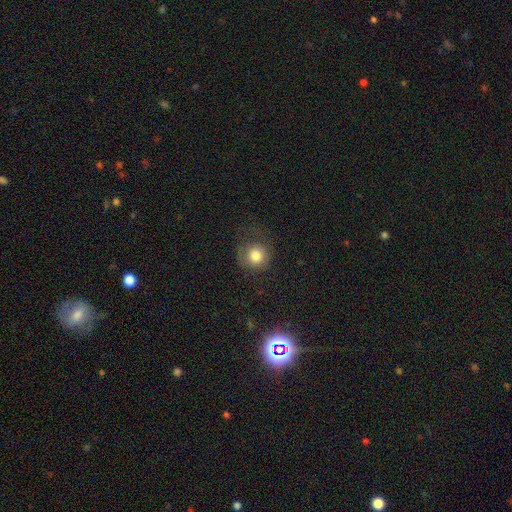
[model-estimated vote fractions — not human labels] A smooth galaxy with no disk features (79%) that is round (89%).

Vote fractions:
- Smooth or featured? smooth: 79% / featured or disk: 11% / star or artifact: 10%
- How rounded? round: 89% / in between: 10% / cigar-shaped: 1%
- Merging? none: 62% / minor disturbance: 19% / major disturbance: 17% / merger: 2%